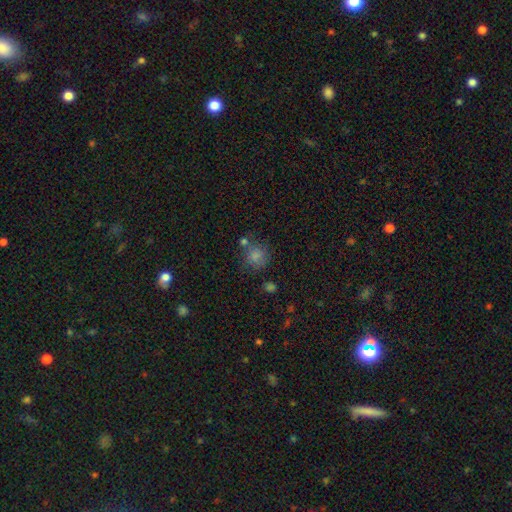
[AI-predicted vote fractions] Q: Smooth or featured?
A: smooth (78%); runner-up: star or artifact (13%)
Q: How rounded?
A: round (82%); runner-up: in between (17%)
Q: Merging?
A: none (59%); runner-up: minor disturbance (18%)